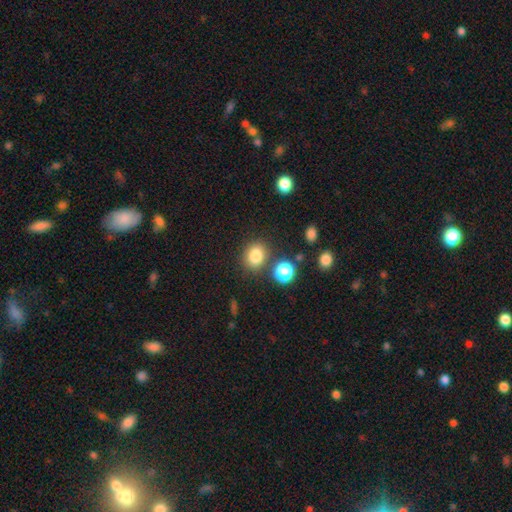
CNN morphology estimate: smooth-or-featured: smooth: 81% | star or artifact: 12% | featured or disk: 6%
  how-rounded: round: 65% | in between: 34% | cigar-shaped: 1%
  merging: none: 80% | minor disturbance: 10% | merger: 7% | major disturbance: 4%